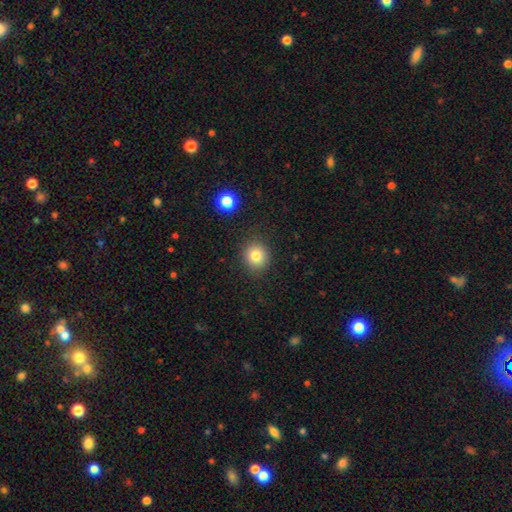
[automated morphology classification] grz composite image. It shows a smooth galaxy with no disk features (81%) that is round (83%). Merging: none (87%).